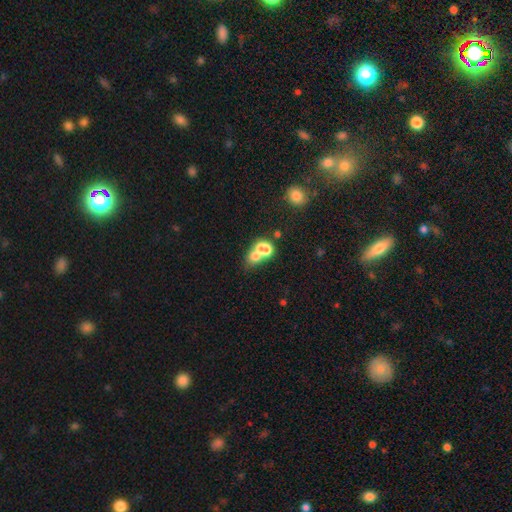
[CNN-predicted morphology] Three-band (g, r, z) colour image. It shows a smooth galaxy with no disk features (67%) that is round (49%, tied with in between). Merging: merger (65%).